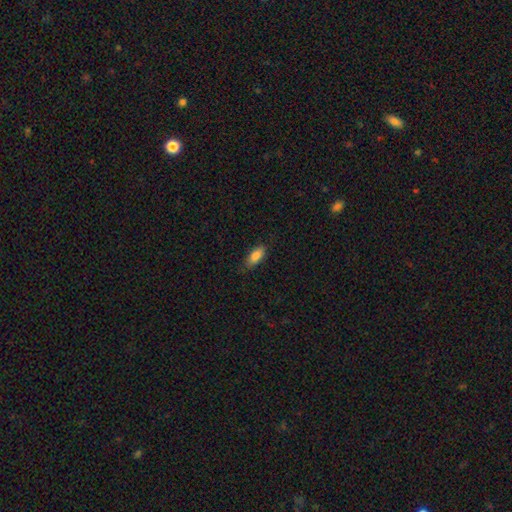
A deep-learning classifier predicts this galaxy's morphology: Overall: smooth (86%). How rounded: in between (84%). Merging: none (80%).